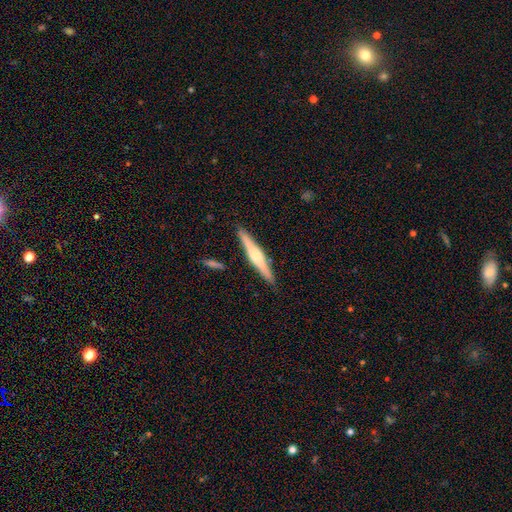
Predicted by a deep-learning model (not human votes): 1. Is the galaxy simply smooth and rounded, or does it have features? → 64% featured or disk, 31% smooth, 5% star or artifact.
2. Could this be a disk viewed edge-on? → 97% yes, 3% no.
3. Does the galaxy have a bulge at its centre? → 82% rounded, 10% boxy, 8% none.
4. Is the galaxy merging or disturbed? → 89% none, 7% minor disturbance, 2% merger, 2% major disturbance.